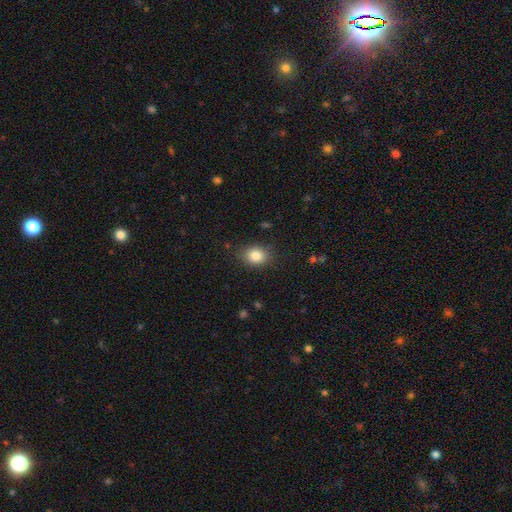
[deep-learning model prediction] Q: Smooth or featured?
A: smooth (84%); runner-up: star or artifact (10%)
Q: How rounded?
A: round (50%); tied with: in between (50%)
Q: Merging?
A: none (85%); runner-up: minor disturbance (11%)